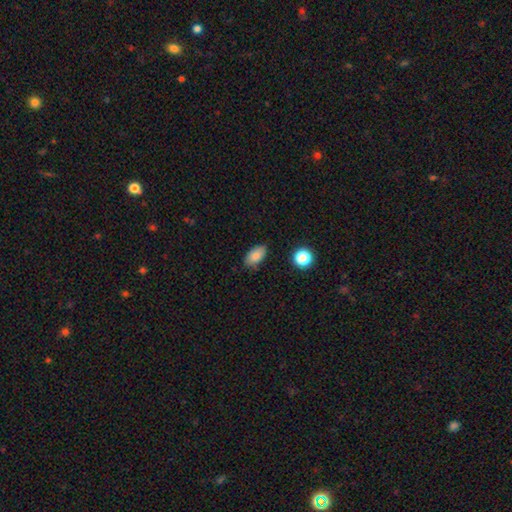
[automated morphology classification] This is clearly a smooth galaxy (83%). How rounded: clearly in between (91%). Merging: likely none (79%).